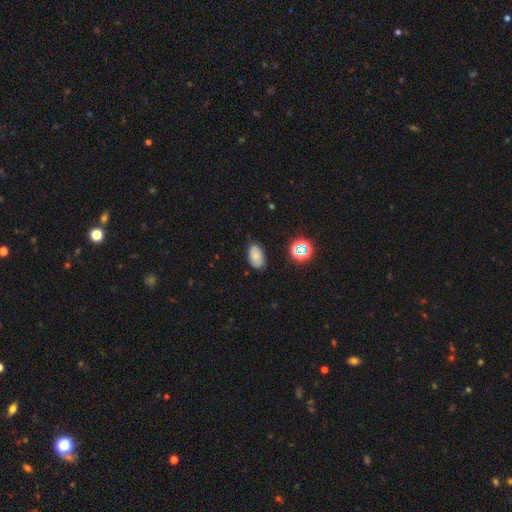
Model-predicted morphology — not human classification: Smooth or featured? smooth (76%)
How rounded? in between (92%)
Merging? none (80%)